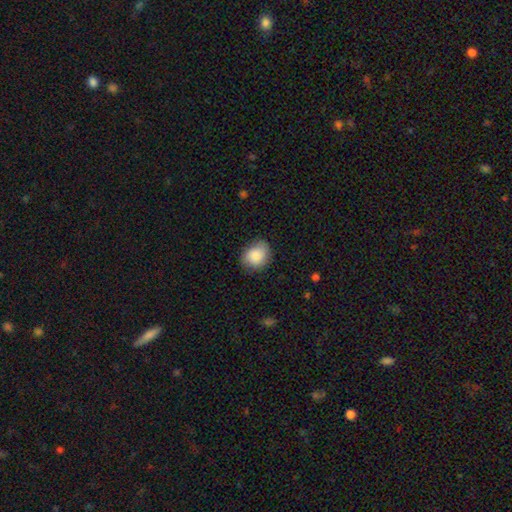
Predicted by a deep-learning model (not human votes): Overall: smooth (85%). How rounded: round (57%; in between 42%). Merging: none (78%).